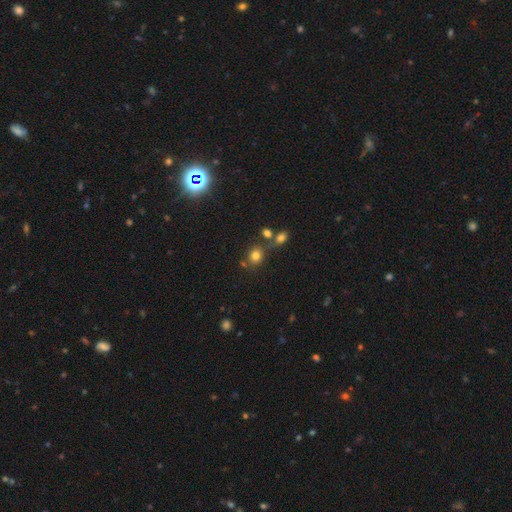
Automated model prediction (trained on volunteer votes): A smooth galaxy with no disk features (77%) that is round (75%). Merging: none (62%).